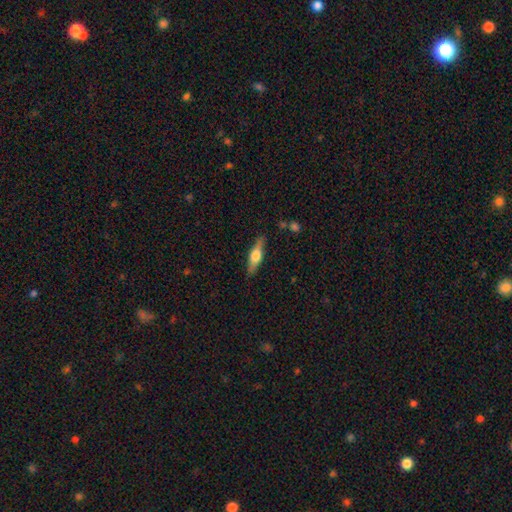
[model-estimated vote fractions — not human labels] Overall: featured or disk (51%; smooth 43%). Edge-on disk: yes (94%). Merging: none (86%).